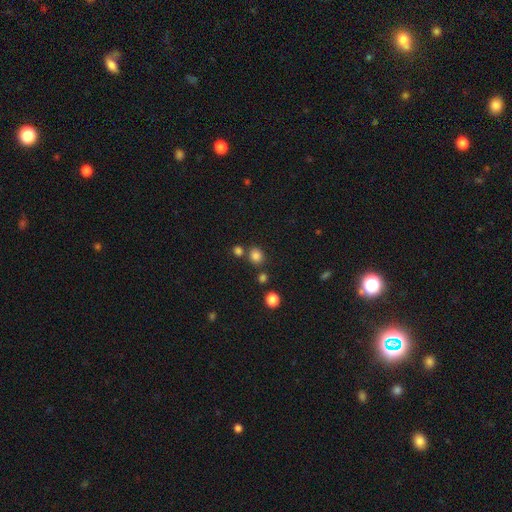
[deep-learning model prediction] Smooth or featured?
  - smooth: 81% *
  - star or artifact: 14%
  - featured or disk: 5%
How rounded?
  - round: 78% *
  - in between: 21%
  - cigar-shaped: 1%
Merging?
  - none: 75% *
  - merger: 13%
  - minor disturbance: 9%
  - major disturbance: 3%